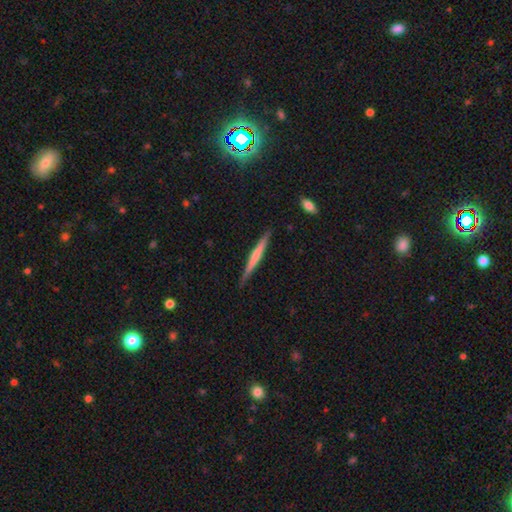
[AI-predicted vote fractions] A featured or disk galaxy (48%). Merging: none (88%).